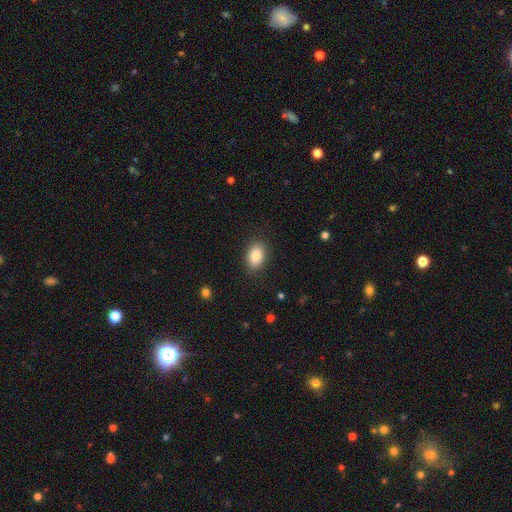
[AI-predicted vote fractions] This is clearly a smooth galaxy (85%). How rounded: clearly in between (84%). Merging: clearly none (86%).